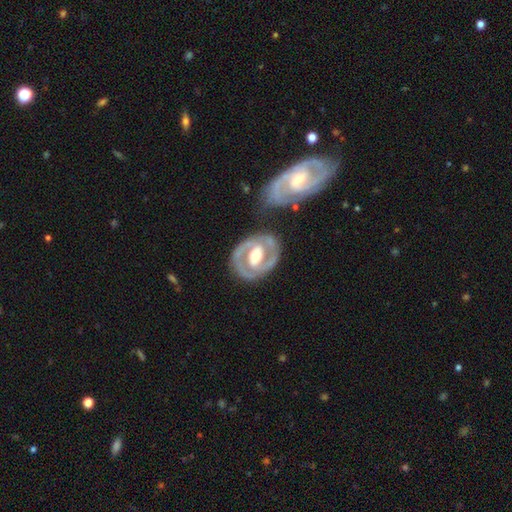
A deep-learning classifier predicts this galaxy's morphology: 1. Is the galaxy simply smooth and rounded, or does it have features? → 79% featured or disk, 17% smooth, 4% star or artifact.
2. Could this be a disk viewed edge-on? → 96% no, 4% yes.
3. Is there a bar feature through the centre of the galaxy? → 36% strong, 35% weak, 29% no.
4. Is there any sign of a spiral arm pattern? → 64% yes, 36% no.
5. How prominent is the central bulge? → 68% moderate, 21% large, 8% small, 1% dominant, 1% none.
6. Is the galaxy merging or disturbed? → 66% none, 18% minor disturbance, 8% major disturbance, 7% merger.